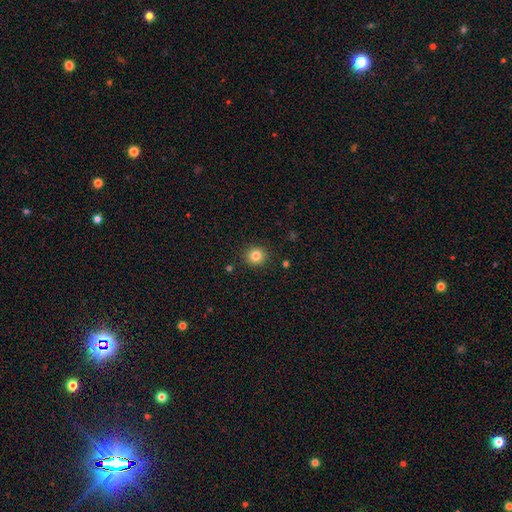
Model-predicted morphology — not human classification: Smooth or featured: smooth — 83% (star or artifact — 11%)
How rounded: round — 89% (in between — 10%)
Merging: none — 90% (minor disturbance — 7%)